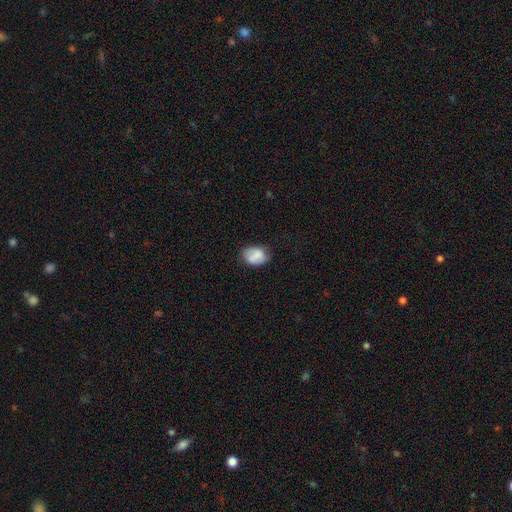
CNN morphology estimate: This is likely a smooth galaxy (75%). How rounded: likely in between (73%). Merging: likely none (67%).